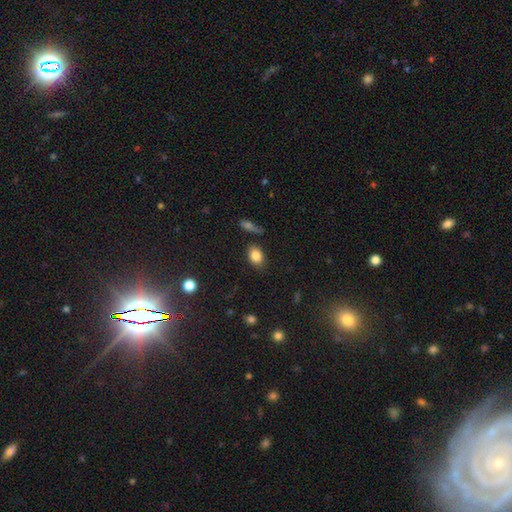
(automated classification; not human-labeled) This appears to be a smooth galaxy with no disk features (84%) that is in between round and cigar-shaped (78%). Merging: none (77%).